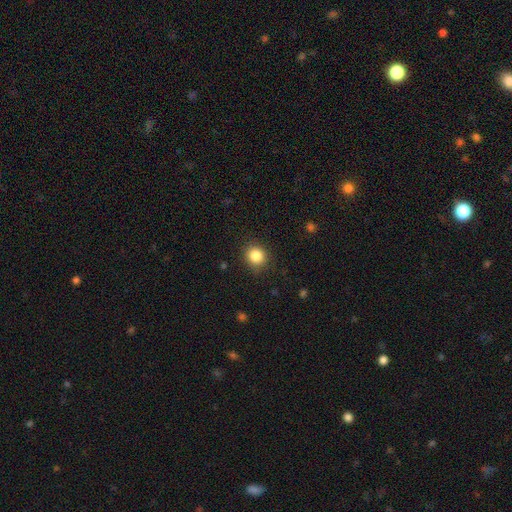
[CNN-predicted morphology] smooth 85%, star or artifact 10%, featured or disk 5%. Down the decision tree: how rounded — round (85%); merging — none (89%).